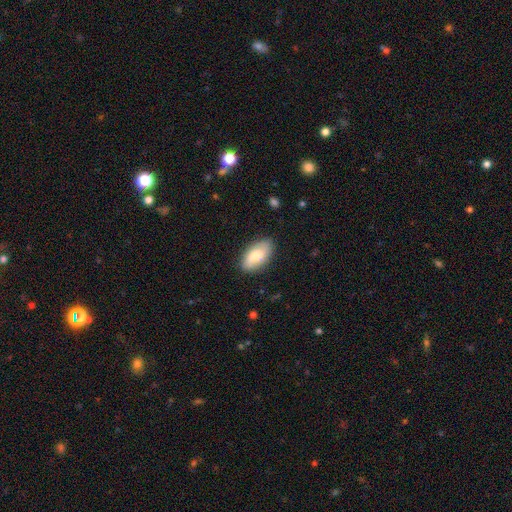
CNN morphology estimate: Smooth or featured? smooth (61%)
How rounded? in between (93%)
Merging? none (84%)